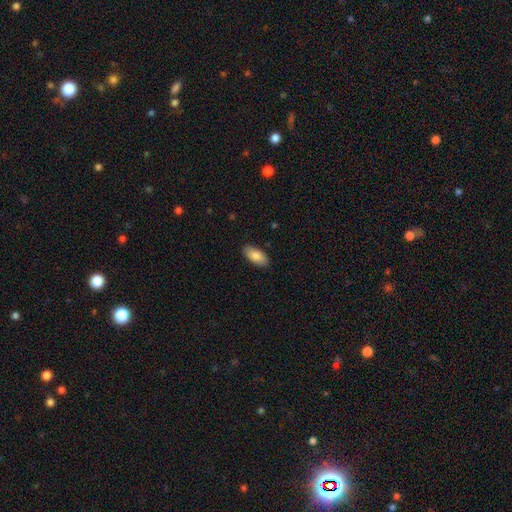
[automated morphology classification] Smooth or featured: smooth — 84% (featured or disk — 10%)
How rounded: in between — 91% (cigar-shaped — 7%)
Merging: none — 88% (minor disturbance — 9%)